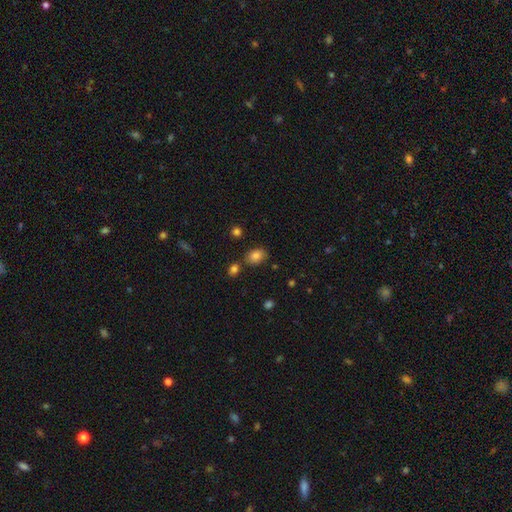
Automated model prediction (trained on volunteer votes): Smooth or featured?
  - smooth: 83% *
  - star or artifact: 11%
  - featured or disk: 6%
How rounded?
  - in between: 66% *
  - round: 33%
  - cigar-shaped: 1%
Merging?
  - none: 73% *
  - minor disturbance: 14%
  - merger: 9%
  - major disturbance: 4%